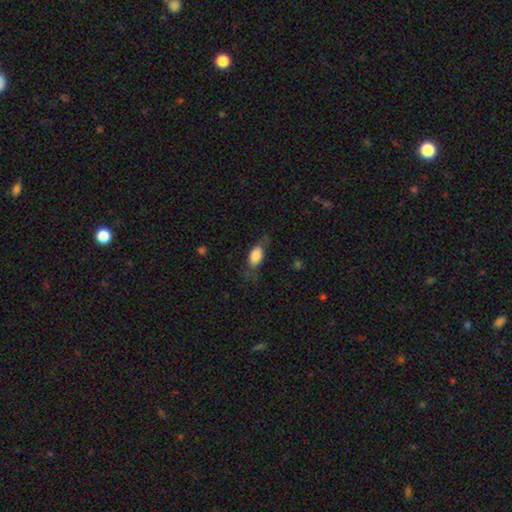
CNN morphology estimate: smooth_or_featured: smooth (p=0.76) [alt: featured or disk p=0.17]
how_rounded: in between (p=0.86) [alt: cigar-shaped p=0.09]
merging: none (p=0.59) [alt: minor disturbance p=0.25]